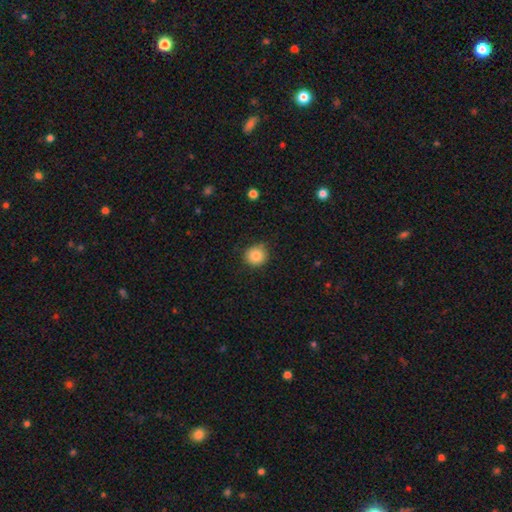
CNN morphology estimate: A smooth galaxy with no disk features (85%) that is round (92%).

Vote fractions:
- Smooth or featured? smooth: 85% / star or artifact: 10% / featured or disk: 6%
- How rounded? round: 92% / in between: 7% / cigar-shaped: 1%
- Merging? none: 84% / minor disturbance: 12% / major disturbance: 2% / merger: 1%